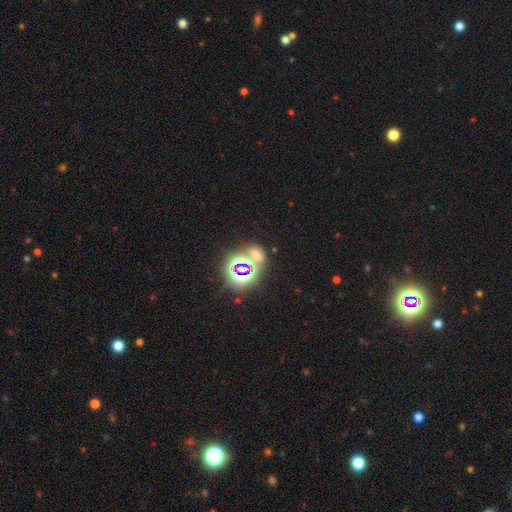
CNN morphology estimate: Smooth or featured? Predicted: star or artifact (p=0.60).